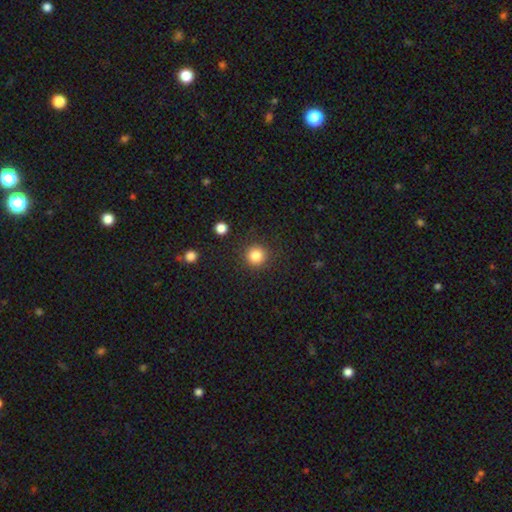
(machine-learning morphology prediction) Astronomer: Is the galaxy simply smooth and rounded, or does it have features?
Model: smooth — 84%.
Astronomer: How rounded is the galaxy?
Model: round — 95%.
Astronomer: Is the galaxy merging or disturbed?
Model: none — 89%.